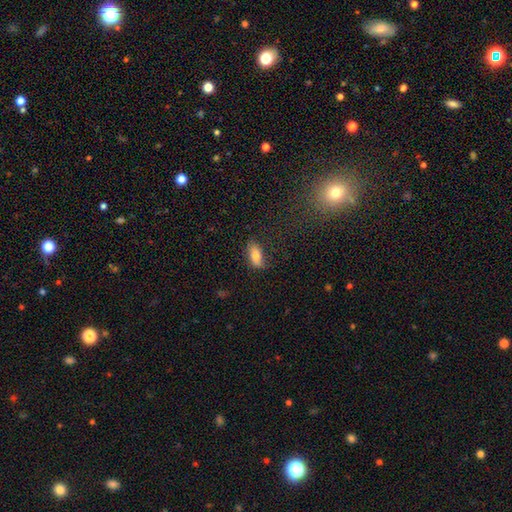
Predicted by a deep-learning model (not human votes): A smooth galaxy with no disk features (82%) that is in between round and cigar-shaped (85%).

Vote fractions:
- Smooth or featured? smooth: 82% / featured or disk: 10% / star or artifact: 8%
- How rounded? in between: 85% / cigar-shaped: 11% / round: 3%
- Merging? none: 71% / minor disturbance: 21% / major disturbance: 6% / merger: 2%